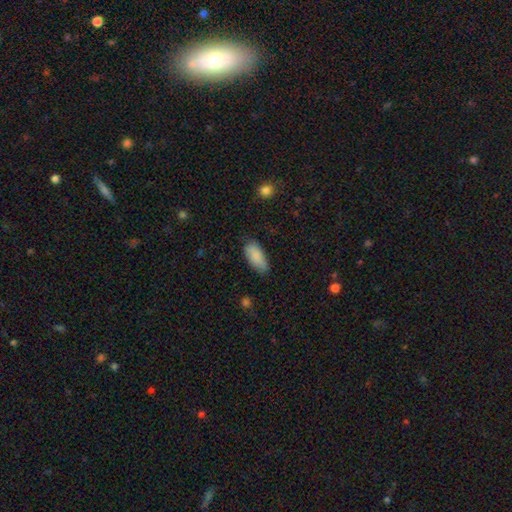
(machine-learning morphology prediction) Overall: smooth (87%). How rounded: in between (85%). Merging: none (77%).